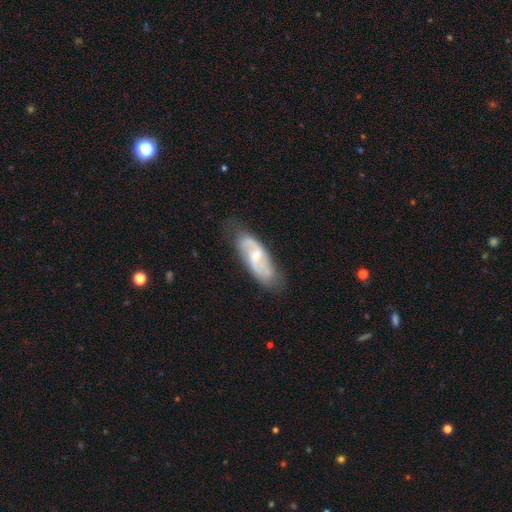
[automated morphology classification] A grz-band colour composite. It shows a featured or disk galaxy (74%) with a weak bar (49%), 2 (83%) medium (43%) spiral arms (89%) and a small central bulge (54%). Merging: none (73%).